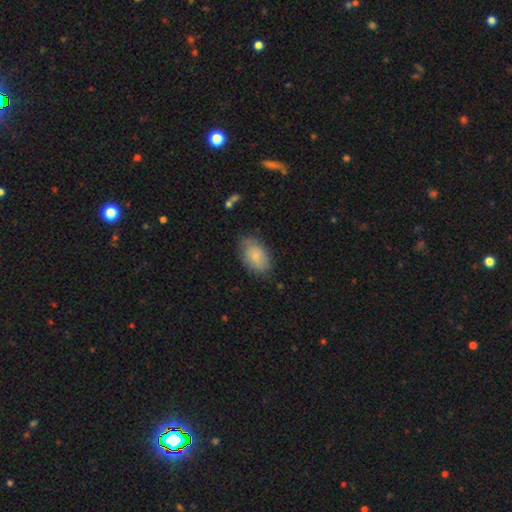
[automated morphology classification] Smooth or featured? smooth (78%)
How rounded? in between (90%)
Merging? none (70%)